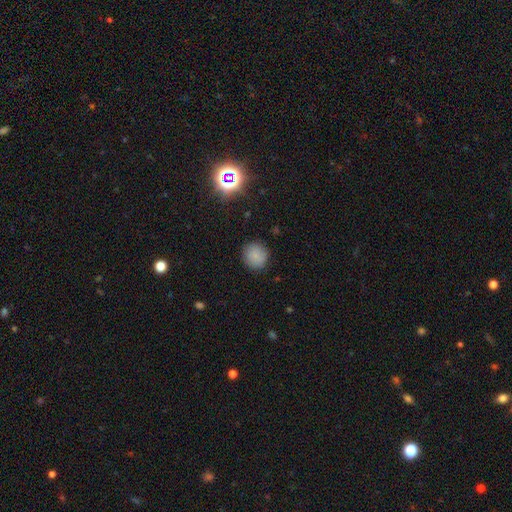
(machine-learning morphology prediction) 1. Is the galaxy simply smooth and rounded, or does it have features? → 83% smooth, 11% star or artifact, 6% featured or disk.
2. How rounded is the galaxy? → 91% round, 8% in between, 1% cigar-shaped.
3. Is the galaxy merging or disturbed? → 86% none, 10% minor disturbance, 3% major disturbance, 1% merger.